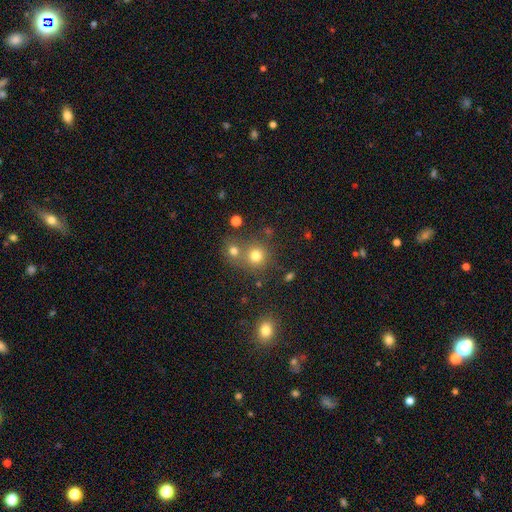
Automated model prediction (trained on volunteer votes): smooth 75%, star or artifact 16%, featured or disk 9%. Down the decision tree: how rounded — round (88%); merging — none (59%).